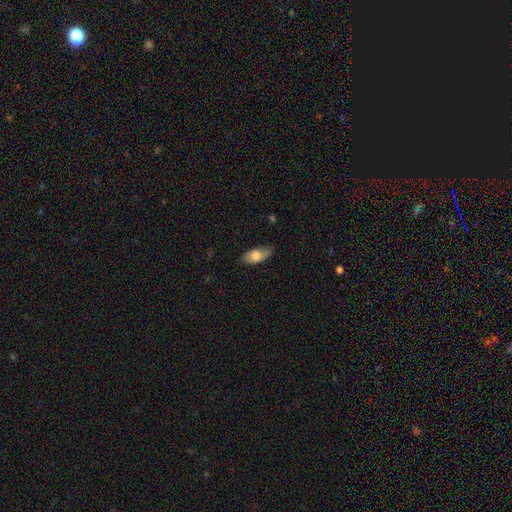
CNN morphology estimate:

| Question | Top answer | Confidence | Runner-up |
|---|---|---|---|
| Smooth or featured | smooth | 74% | featured or disk (19%) |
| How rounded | in between | 86% | cigar-shaped (11%) |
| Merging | none | 70% | minor disturbance (24%) |